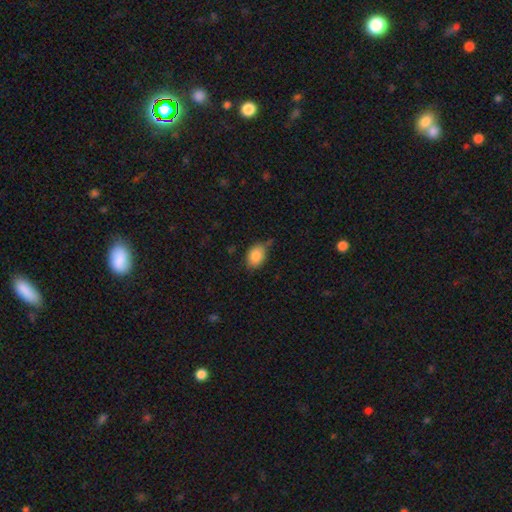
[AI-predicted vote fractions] Smooth or featured?
  - smooth: 87% *
  - star or artifact: 7%
  - featured or disk: 6%
How rounded?
  - in between: 81% *
  - round: 18%
  - cigar-shaped: 1%
Merging?
  - none: 67% *
  - minor disturbance: 24%
  - major disturbance: 5%
  - merger: 4%